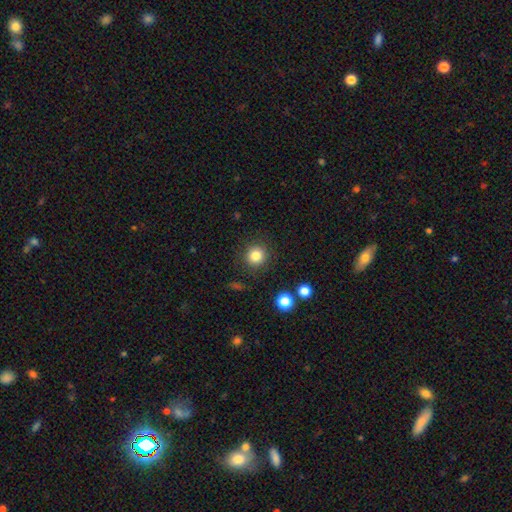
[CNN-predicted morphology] Smooth or featured? smooth (83%)
How rounded? round (92%)
Merging? none (89%)